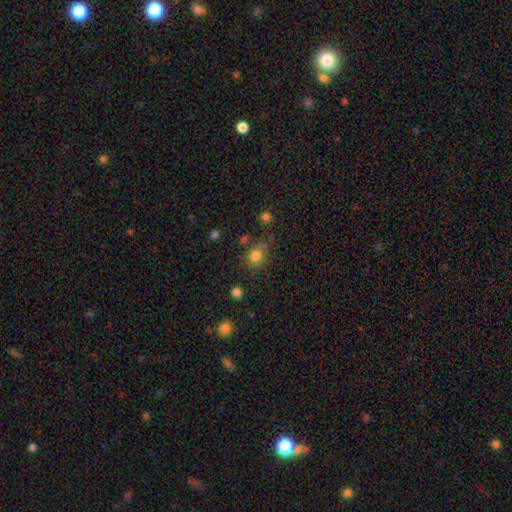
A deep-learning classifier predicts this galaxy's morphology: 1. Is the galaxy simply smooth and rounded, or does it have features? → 80% smooth, 13% star or artifact, 8% featured or disk.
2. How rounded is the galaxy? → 66% round, 33% in between, 1% cigar-shaped.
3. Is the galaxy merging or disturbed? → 66% none, 20% minor disturbance, 7% major disturbance, 6% merger.